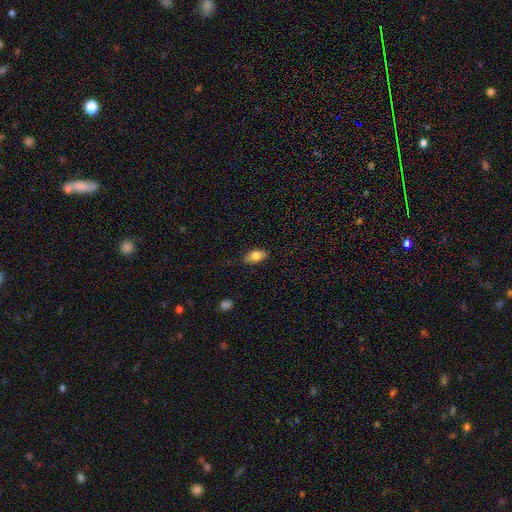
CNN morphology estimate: smooth 80%, featured or disk 13%, star or artifact 8%. Down the decision tree: how rounded — in between (88%); merging — none (78%).